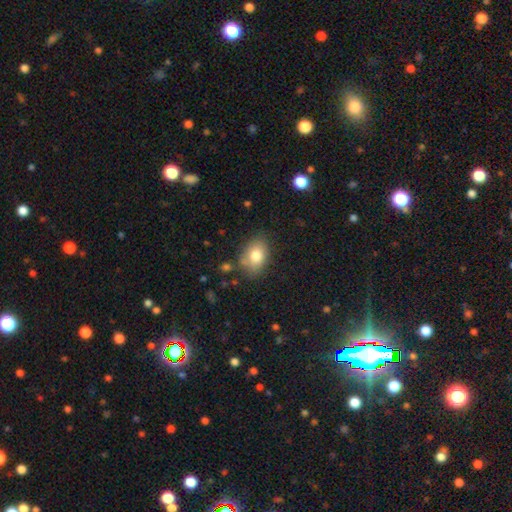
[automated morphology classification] Smooth or featured?
  - smooth: 80% *
  - featured or disk: 12%
  - star or artifact: 8%
How rounded?
  - in between: 79% *
  - round: 20%
  - cigar-shaped: 1%
Merging?
  - none: 72% *
  - minor disturbance: 19%
  - major disturbance: 5%
  - merger: 4%